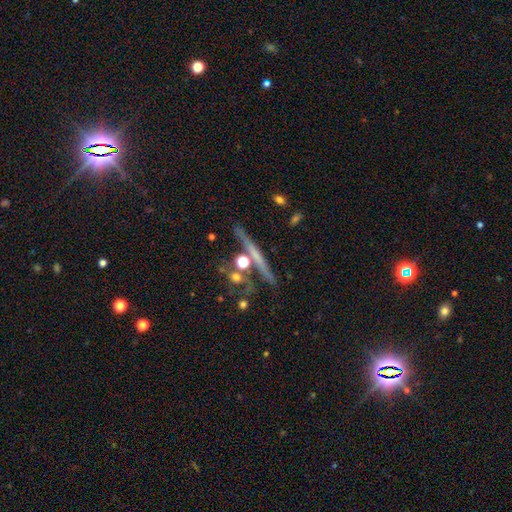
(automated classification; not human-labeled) Smooth or featured? Predicted: featured or disk (p=0.55). Edge-on disk? Predicted: yes (p=0.91). Edge-on bulge? Predicted: none (p=0.64). Merging? Predicted: none (p=0.76).